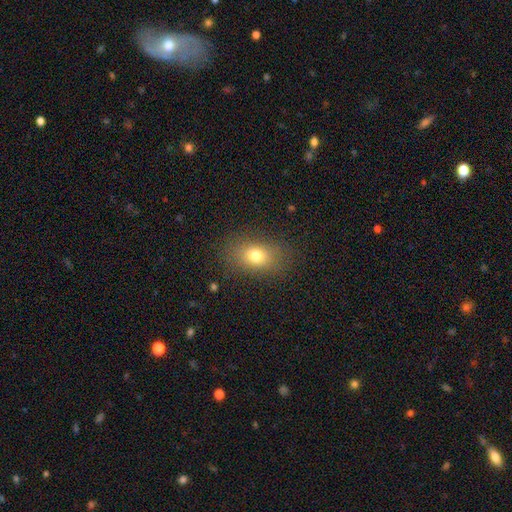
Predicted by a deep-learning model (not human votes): smooth_or_featured: smooth (p=0.75) [alt: star or artifact p=0.13]
how_rounded: in between (p=0.74) [alt: round p=0.24]
merging: none (p=0.84) [alt: minor disturbance p=0.10]